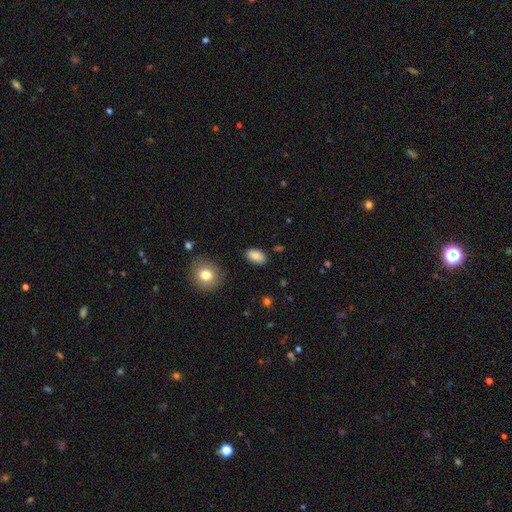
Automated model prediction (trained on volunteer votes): Smooth or featured: smooth — 86% (star or artifact — 8%)
How rounded: in between — 92% (round — 6%)
Merging: none — 85% (minor disturbance — 11%)